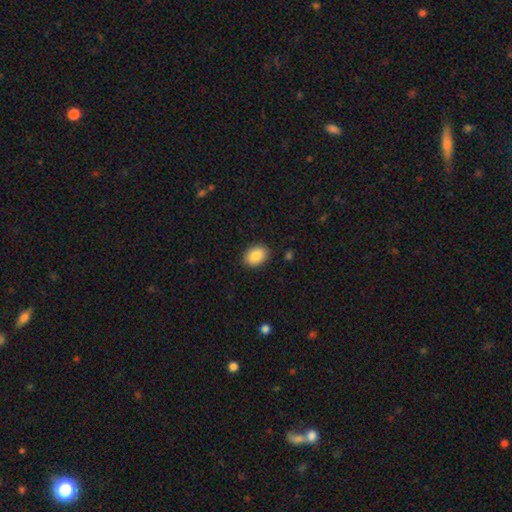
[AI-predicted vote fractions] Smooth or featured: smooth — 88% (star or artifact — 7%)
How rounded: in between — 78% (round — 21%)
Merging: none — 89% (minor disturbance — 8%)